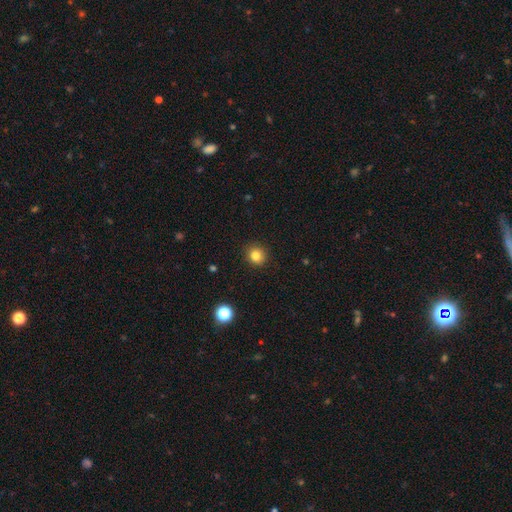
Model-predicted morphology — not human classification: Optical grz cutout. It shows a smooth galaxy with no disk features (82%) that is round (88%). Merging: none (91%).